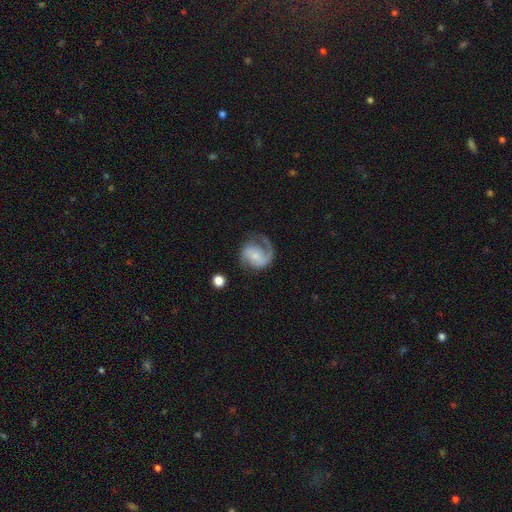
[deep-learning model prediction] Overall: featured or disk (78%). Edge-on disk: no (98%). Bar: no (55%; weak 35%). Spiral arms: yes (94%). Spiral arm count: 2 (50%; 1 40%). Spiral winding: medium (47%; loose 29%). Bulge size: small (60%; moderate 23%). Merging: none (55%; major disturbance 23%).